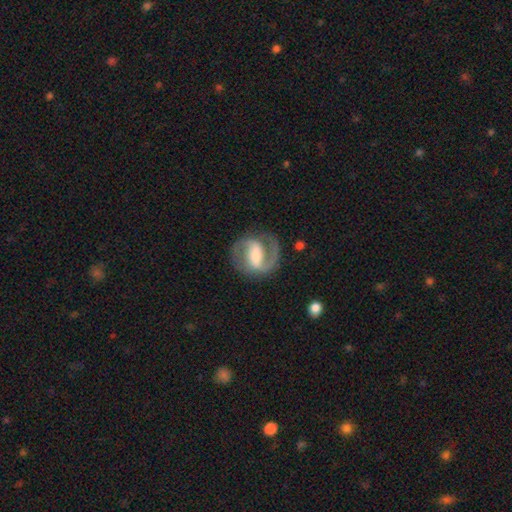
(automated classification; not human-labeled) This is clearly a featured or disk galaxy (87%). It is clearly not viewed edge-on (97%). Bar: possibly strong (58%). Spiral arm pattern: clearly yes (94%). Spiral arm count: clearly 2 (88%). Spiral winding: possibly medium (57%). Central bulge: possibly moderate (49%). Merging: clearly none (81%).